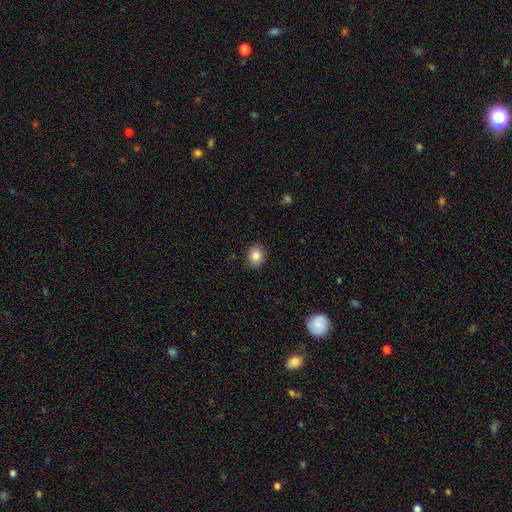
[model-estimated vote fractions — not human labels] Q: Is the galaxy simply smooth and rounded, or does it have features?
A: smooth — 85%.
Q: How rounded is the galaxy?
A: round — 61%.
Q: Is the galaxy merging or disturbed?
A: none — 89%.